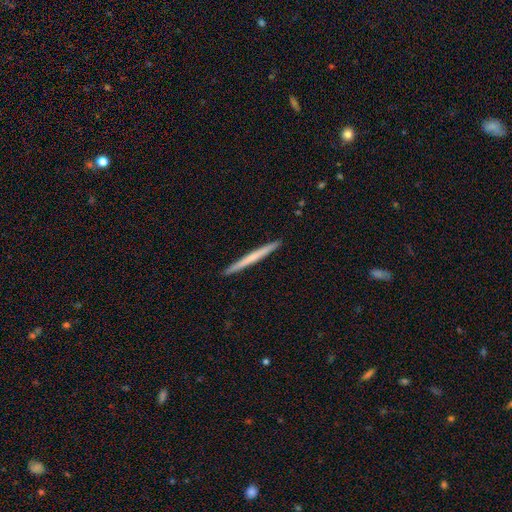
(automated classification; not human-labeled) Smooth or featured? Predicted: smooth (p=0.53). How rounded? Predicted: cigar-shaped (p=0.97). Merging? Predicted: none (p=0.93).